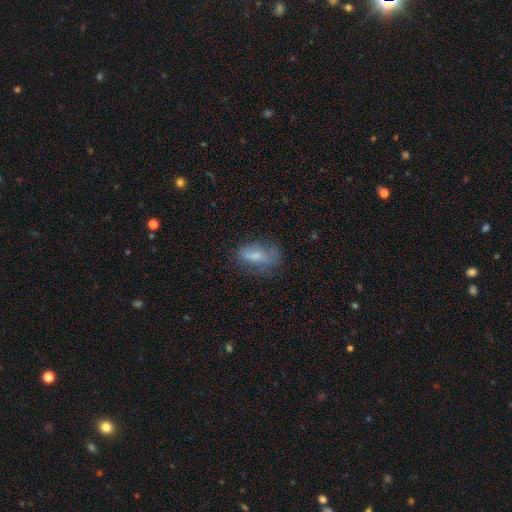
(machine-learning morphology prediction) smooth 66%, featured or disk 24%, star or artifact 10%. Down the decision tree: how rounded — in between (85%); merging — none (52%).